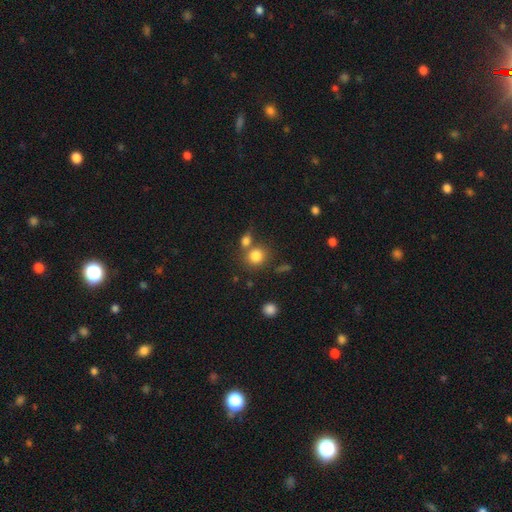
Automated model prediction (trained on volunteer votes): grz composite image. It shows a smooth galaxy with no disk features (81%) that is round (81%). Merging: none (57%).